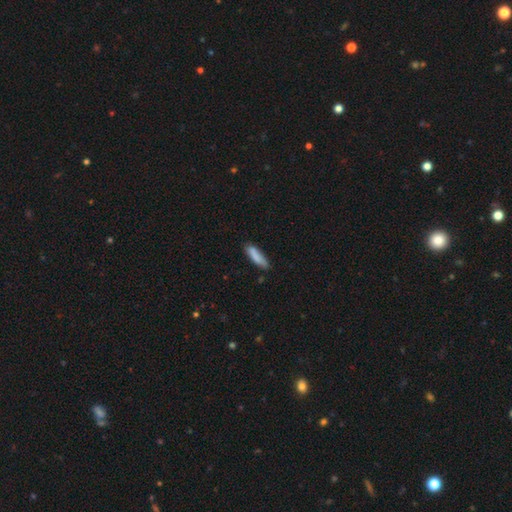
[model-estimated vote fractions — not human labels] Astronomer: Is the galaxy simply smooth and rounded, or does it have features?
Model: smooth — 84%.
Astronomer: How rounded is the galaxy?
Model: cigar-shaped — 63%.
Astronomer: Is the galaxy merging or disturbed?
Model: none — 73%.